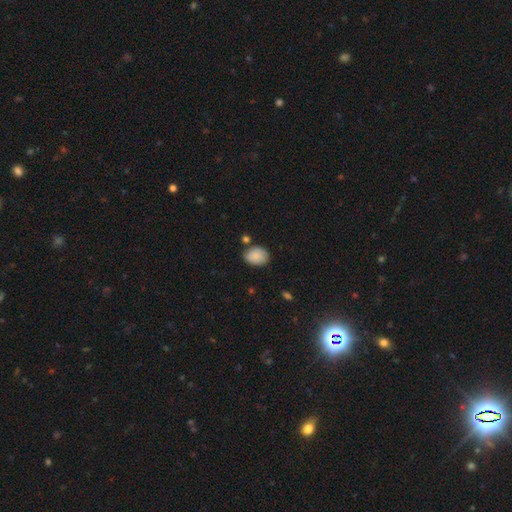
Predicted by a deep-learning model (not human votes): Overall: smooth (88%). How rounded: in between (70%). Merging: none (71%).